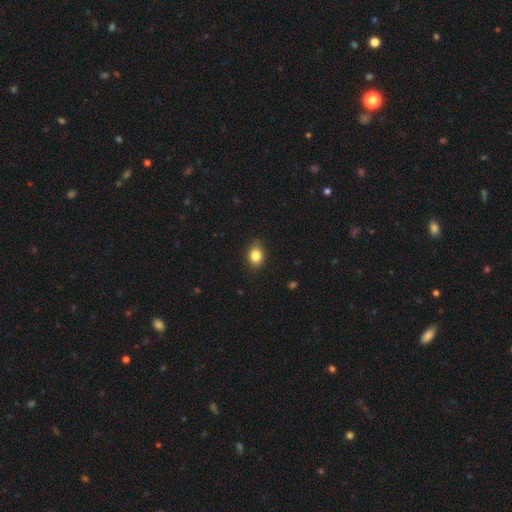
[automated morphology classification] Smooth or featured? smooth (83%)
How rounded? in between (57%)
Merging? none (82%)